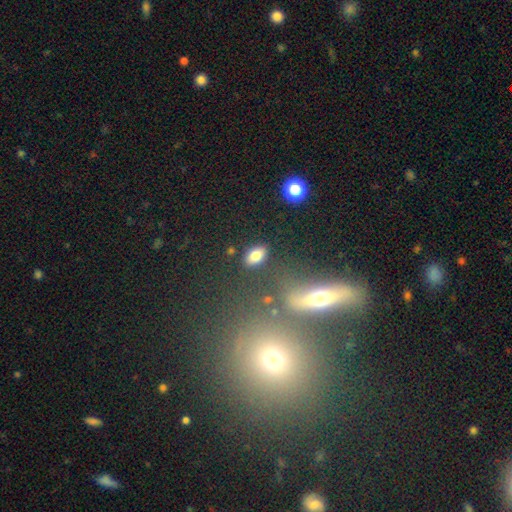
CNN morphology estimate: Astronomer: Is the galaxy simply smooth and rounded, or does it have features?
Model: smooth — 81%.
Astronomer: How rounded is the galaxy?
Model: in between — 89%.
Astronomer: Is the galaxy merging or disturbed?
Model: none — 84%.